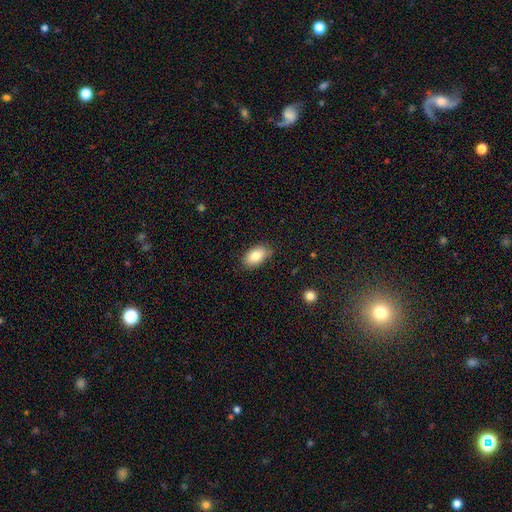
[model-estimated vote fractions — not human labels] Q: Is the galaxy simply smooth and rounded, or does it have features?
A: smooth — 84%.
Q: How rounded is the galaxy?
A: in between — 92%.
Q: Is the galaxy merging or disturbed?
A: none — 80%.